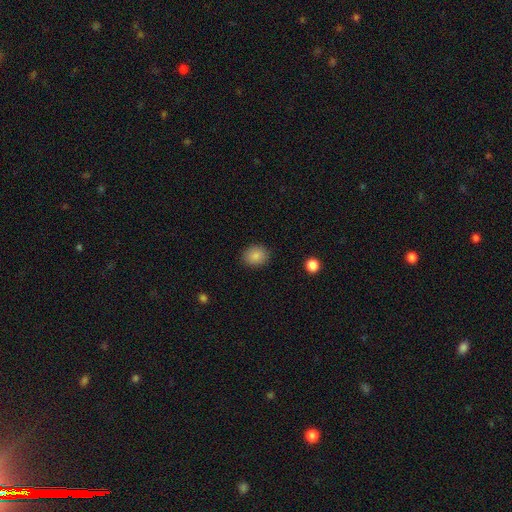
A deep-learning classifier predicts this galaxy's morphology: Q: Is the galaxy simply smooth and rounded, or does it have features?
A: smooth — 86%.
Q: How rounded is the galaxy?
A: round — 60%.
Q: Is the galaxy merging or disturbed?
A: none — 89%.